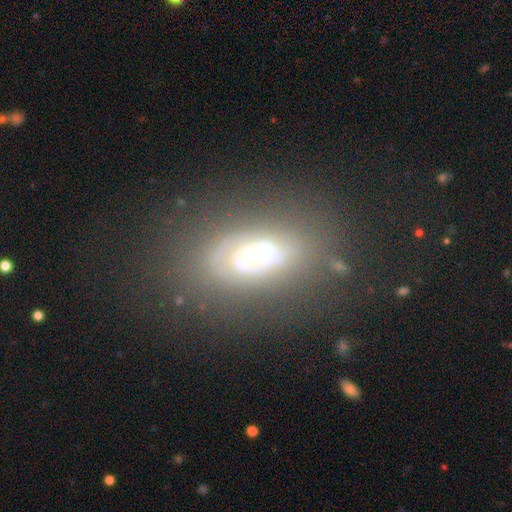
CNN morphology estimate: The model was most divided on "spiral arms": yes: 51%, no: 49%. Remaining: edge-on disk — no (91%); bar — no (81%); merging — none (67%); smooth or featured — featured or disk (63%); bulge size — small (47%).